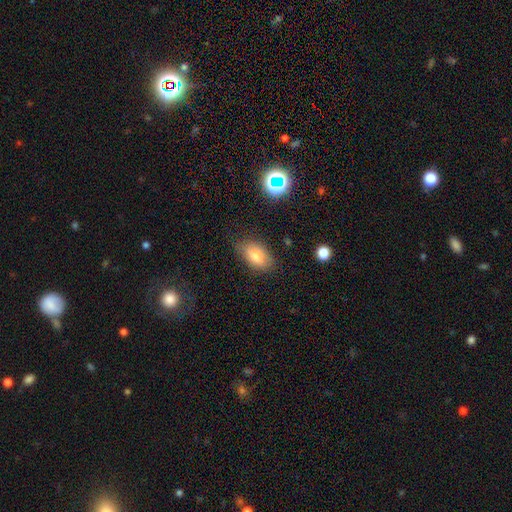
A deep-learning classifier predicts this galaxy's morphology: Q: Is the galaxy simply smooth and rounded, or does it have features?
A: smooth — 79%.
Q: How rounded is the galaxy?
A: in between — 90%.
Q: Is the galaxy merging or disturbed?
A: none — 74%.